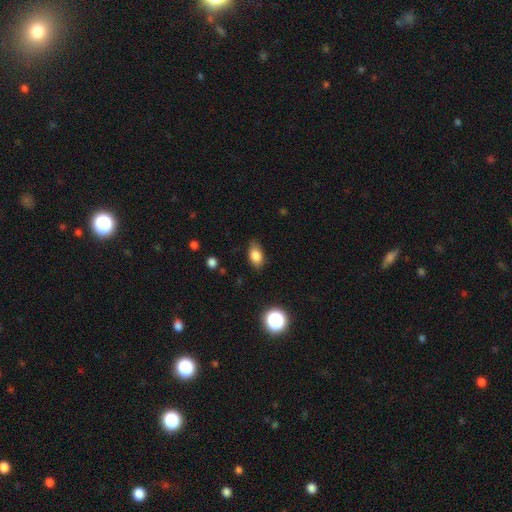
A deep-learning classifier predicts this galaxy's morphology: This appears to be a smooth galaxy with no disk features (83%) that is in between round and cigar-shaped (84%). Merging: none (77%).